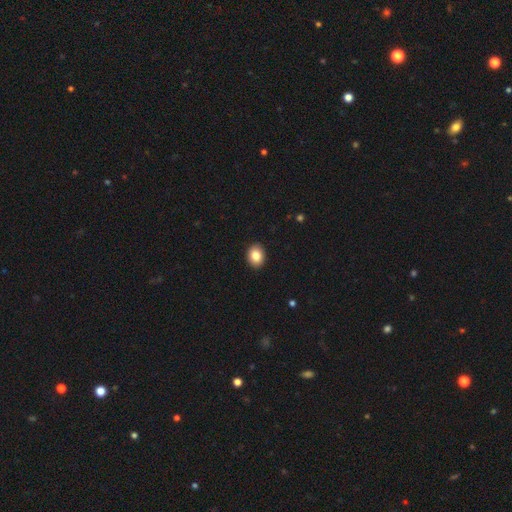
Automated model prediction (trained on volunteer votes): smooth_or_featured: smooth (p=0.84) [alt: star or artifact p=0.09]
how_rounded: in between (p=0.58) [alt: round p=0.41]
merging: none (p=0.91) [alt: minor disturbance p=0.06]